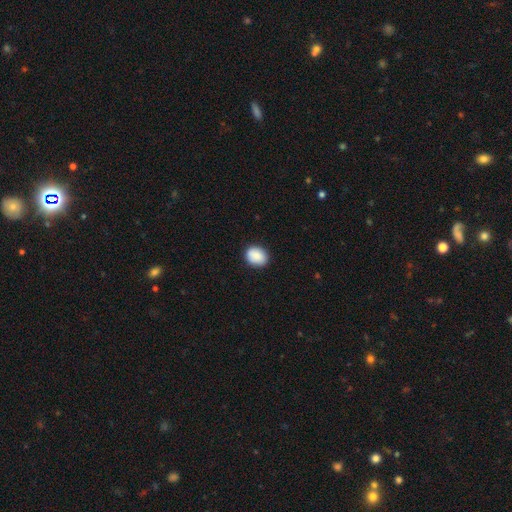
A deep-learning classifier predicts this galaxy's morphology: A smooth galaxy with no disk features (89%) that is in between round and cigar-shaped (55%). Merging: none (87%).